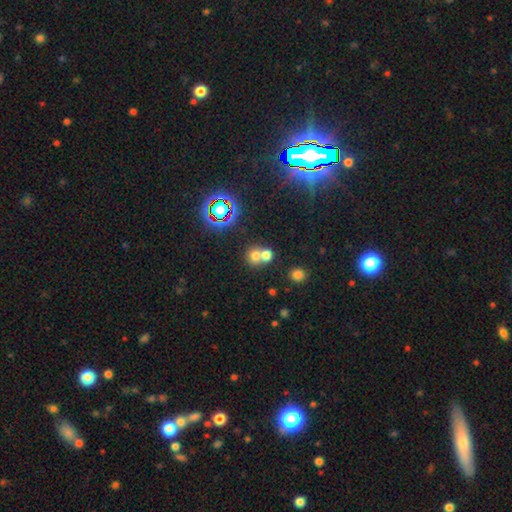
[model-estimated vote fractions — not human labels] Smooth or featured? smooth (68%)
How rounded? round (80%)
Merging? merger (55%)